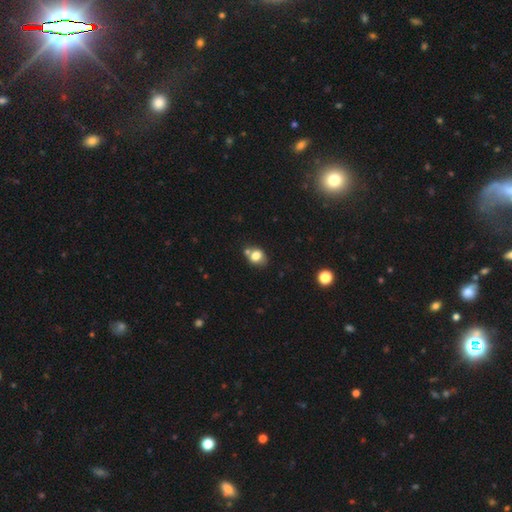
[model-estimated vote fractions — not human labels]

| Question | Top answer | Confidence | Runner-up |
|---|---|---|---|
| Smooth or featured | smooth | 76% | featured or disk (13%) |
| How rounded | round | 56% | in between (43%) |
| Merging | none | 54% | merger (26%) |